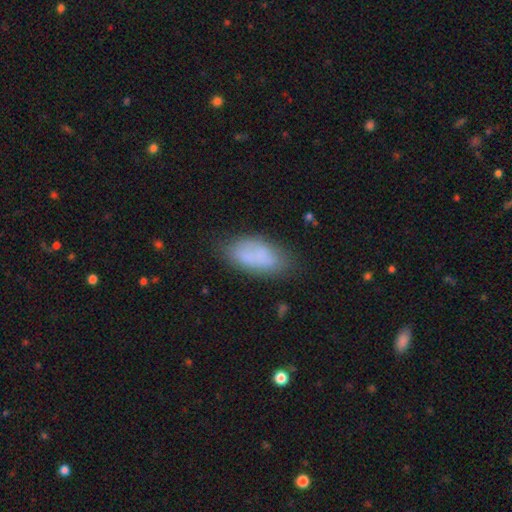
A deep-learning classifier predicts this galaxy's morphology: Q: Smooth or featured?
A: smooth (75%); runner-up: featured or disk (16%)
Q: How rounded?
A: in between (91%); runner-up: cigar-shaped (6%)
Q: Merging?
A: none (67%); runner-up: minor disturbance (22%)